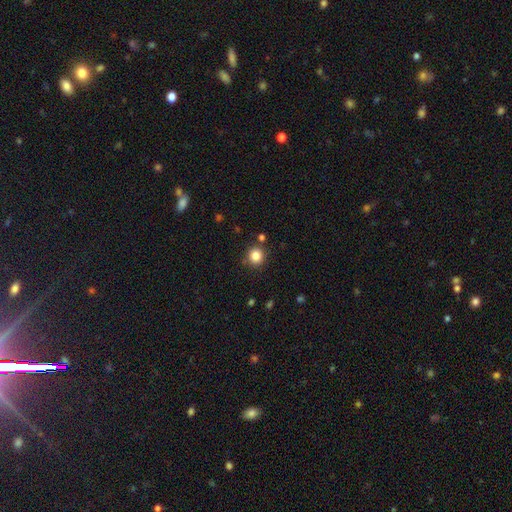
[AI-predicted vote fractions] Smooth or featured? smooth (84%)
How rounded? round (91%)
Merging? none (86%)